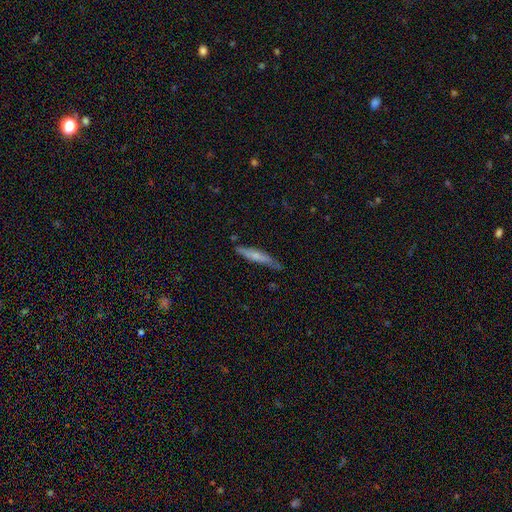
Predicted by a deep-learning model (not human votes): Overall: smooth (54%; featured or disk 40%). How rounded: cigar-shaped (90%). Merging: none (73%).